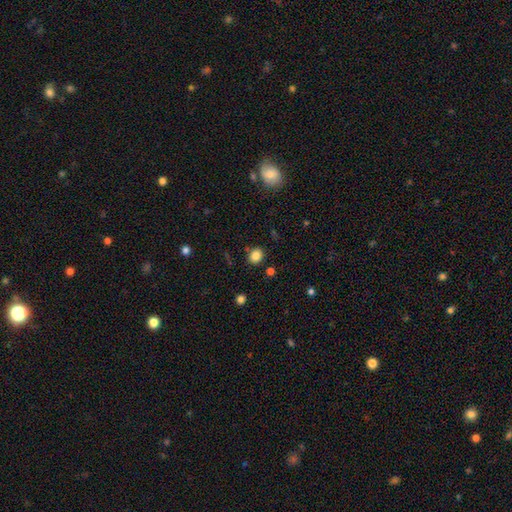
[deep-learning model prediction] The model was most divided on "how rounded": round: 73%, in between: 26%, cigar-shaped: 1%. More confident: merging — none (85%); smooth or featured — smooth (82%).